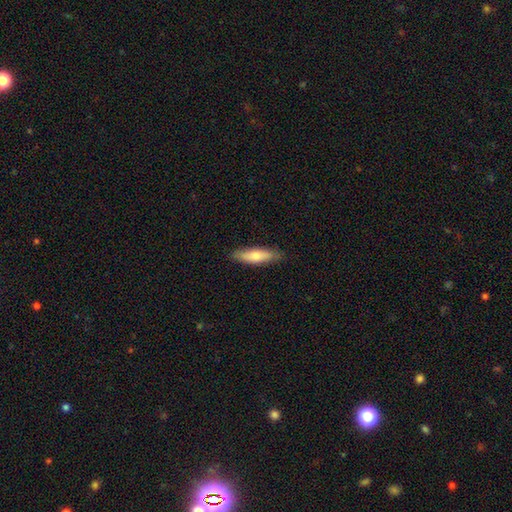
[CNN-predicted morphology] type=smooth (67%); roundness=cigar-shaped (58%); merging=none (86%).